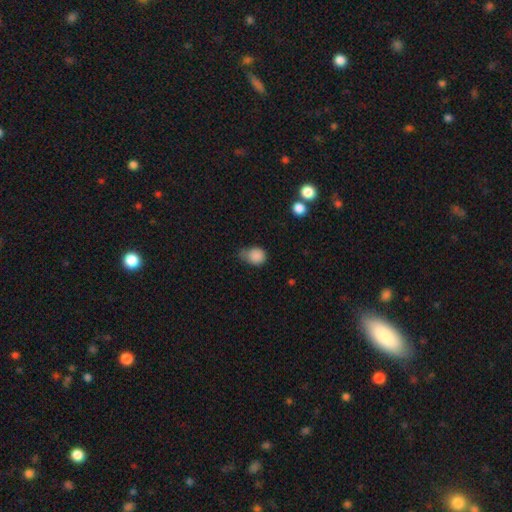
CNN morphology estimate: smooth 85%, star or artifact 10%, featured or disk 5%. Down the decision tree: how rounded — round (64%); merging — minor disturbance (44%).